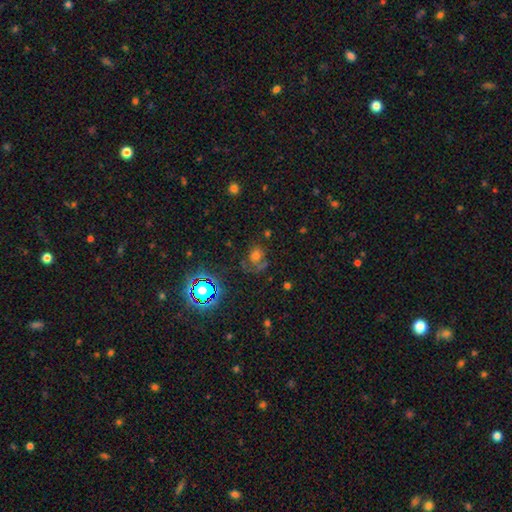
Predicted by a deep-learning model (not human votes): Overall: smooth (49%; star or artifact 33%). Merging: none (56%; minor disturbance 20%).